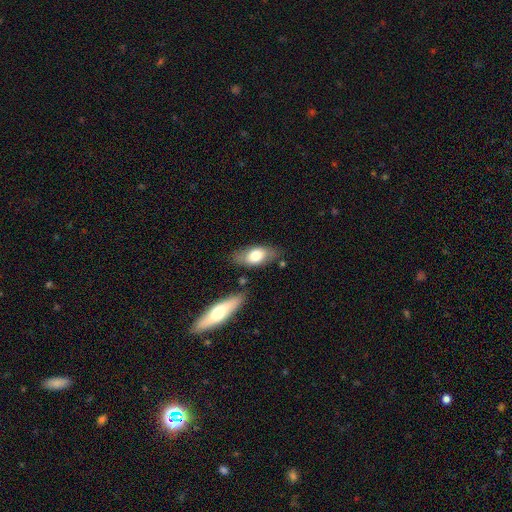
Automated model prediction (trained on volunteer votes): smooth-or-featured: smooth: 71% | featured or disk: 23% | star or artifact: 6%
  how-rounded: in between: 88% | cigar-shaped: 7% | round: 4%
  merging: none: 72% | minor disturbance: 17% | merger: 7% | major disturbance: 4%